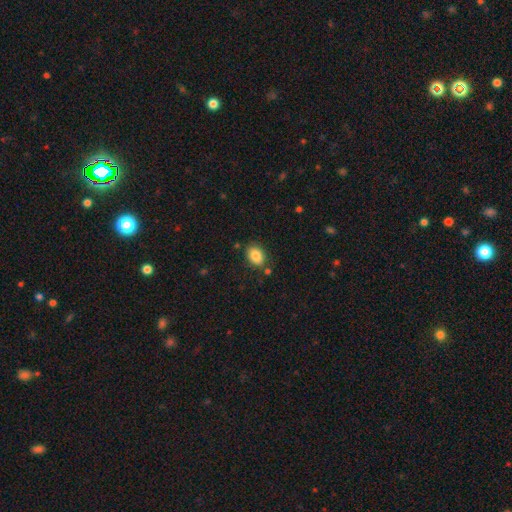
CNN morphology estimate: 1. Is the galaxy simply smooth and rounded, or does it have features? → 85% smooth, 8% star or artifact, 6% featured or disk.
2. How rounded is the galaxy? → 74% in between, 25% round, 1% cigar-shaped.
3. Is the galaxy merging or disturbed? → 81% none, 12% minor disturbance, 4% merger, 3% major disturbance.